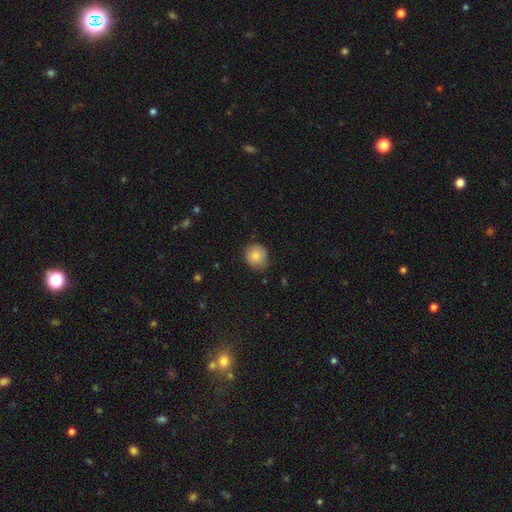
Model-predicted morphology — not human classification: A smooth galaxy with no disk features (83%) that is round (88%). Merging: none (77%).